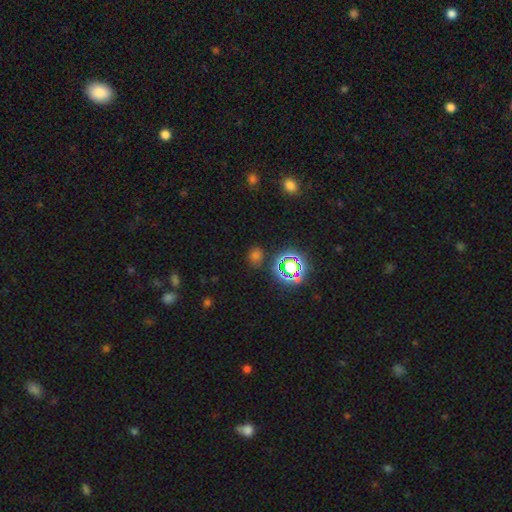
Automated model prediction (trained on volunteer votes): A smooth galaxy with no disk features (54%) that is round (64%). Merging: none (80%).